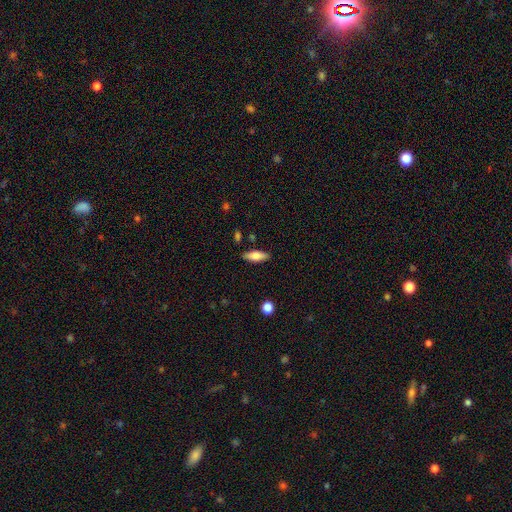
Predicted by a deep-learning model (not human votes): Smooth or featured? smooth (74%)
How rounded? in between (70%)
Merging? none (85%)